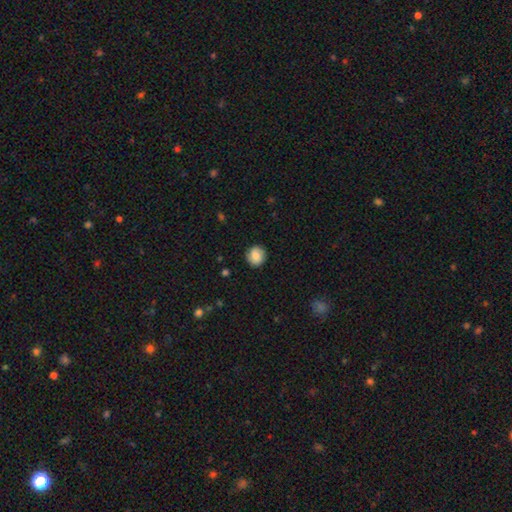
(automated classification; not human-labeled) A smooth galaxy with no disk features (82%) that is round (89%).

Vote fractions:
- Smooth or featured? smooth: 82% / featured or disk: 9% / star or artifact: 8%
- How rounded? round: 89% / in between: 10% / cigar-shaped: 1%
- Merging? none: 88% / minor disturbance: 9% / major disturbance: 2% / merger: 1%